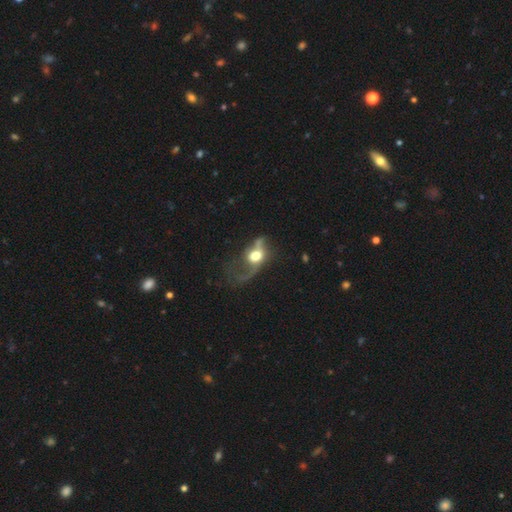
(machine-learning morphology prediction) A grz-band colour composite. It shows a featured or disk galaxy (58%) with no bar (70%), spiral arms (62%) and a moderate central bulge (45%). Merging: major disturbance (49%).